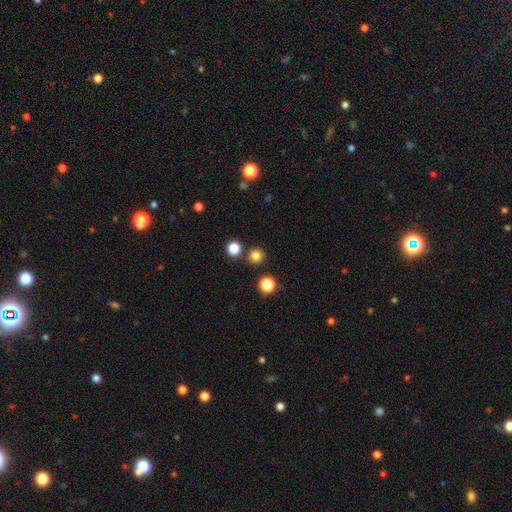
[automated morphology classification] smooth 81%, star or artifact 15%, featured or disk 4%. Down the decision tree: how rounded — round (94%); merging — none (86%).